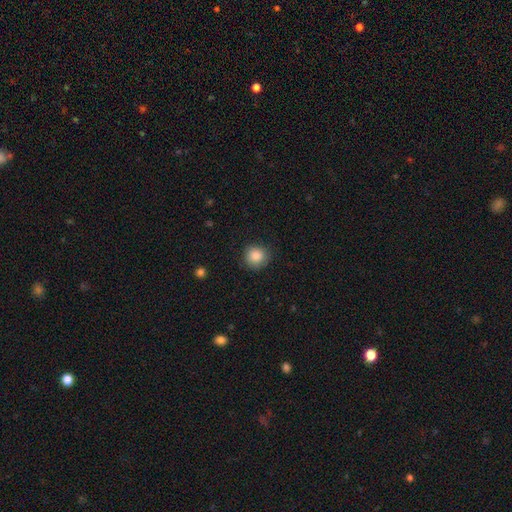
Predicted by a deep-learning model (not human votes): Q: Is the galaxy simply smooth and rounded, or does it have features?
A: smooth — 86%.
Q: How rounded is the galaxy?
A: round — 92%.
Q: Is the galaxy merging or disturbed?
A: none — 83%.